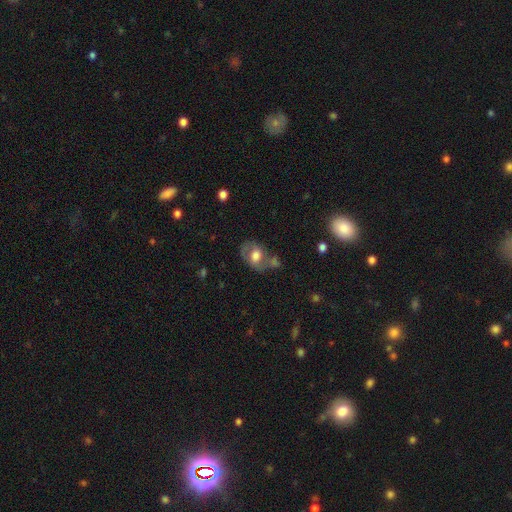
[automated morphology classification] This appears to be a smooth galaxy with no disk features (48%). Merging: none (44%).